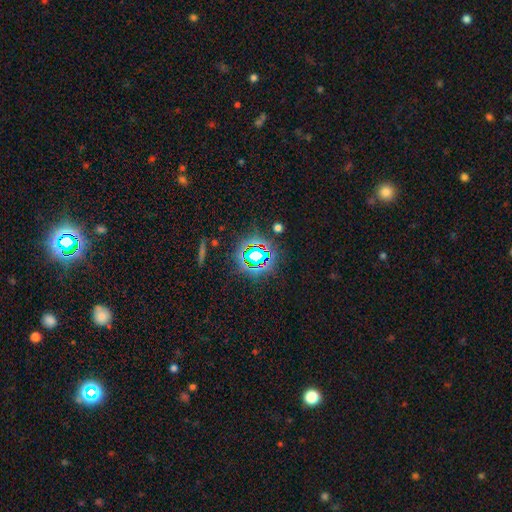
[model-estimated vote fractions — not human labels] smooth_or_featured: star or artifact (p=0.70) [alt: smooth p=0.19]